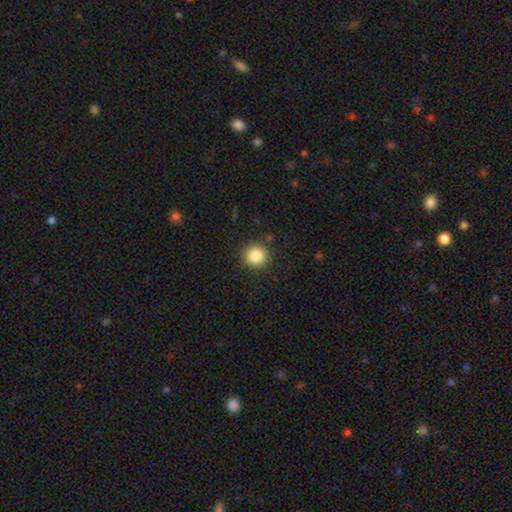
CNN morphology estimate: smooth-or-featured: smooth: 85% | star or artifact: 10% | featured or disk: 5%
  how-rounded: round: 94% | in between: 5% | cigar-shaped: 1%
  merging: none: 90% | minor disturbance: 6% | major disturbance: 2% | merger: 1%